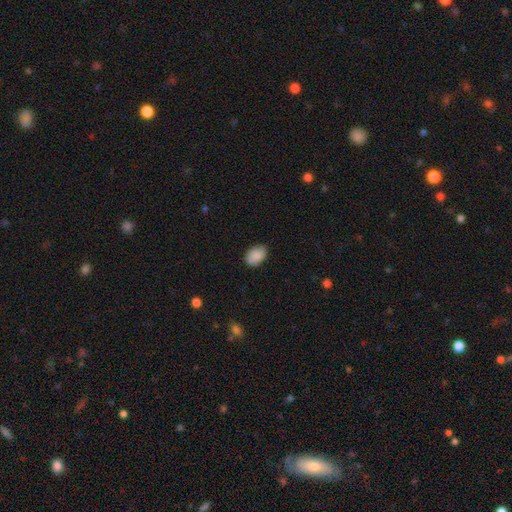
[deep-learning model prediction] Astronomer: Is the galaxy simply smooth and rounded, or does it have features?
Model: smooth — 88%.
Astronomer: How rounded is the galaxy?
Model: in between — 82%.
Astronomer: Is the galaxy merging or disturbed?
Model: none — 78%.